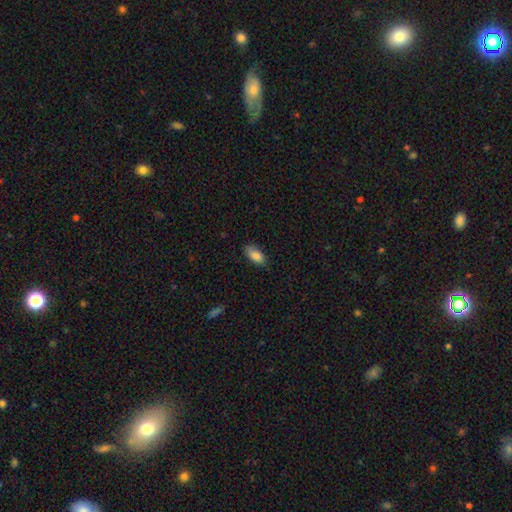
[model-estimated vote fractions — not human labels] Overall: smooth (86%). How rounded: in between (90%). Merging: none (79%).